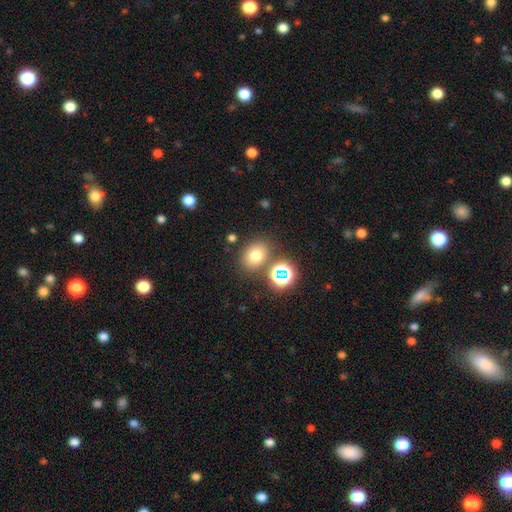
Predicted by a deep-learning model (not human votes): This is likely a smooth galaxy (71%). How rounded: possibly in between (51%). Merging: likely none (76%).